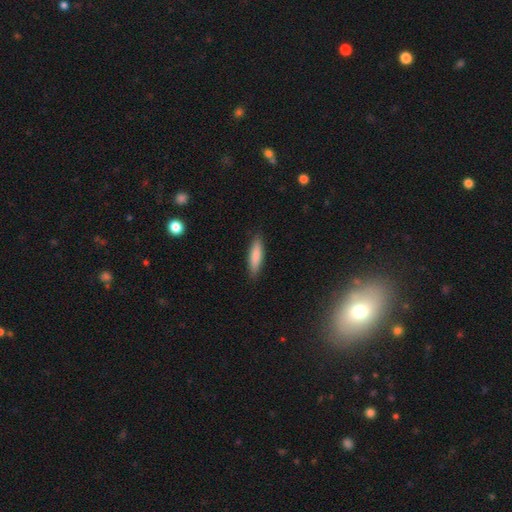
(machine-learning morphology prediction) This appears to be a smooth galaxy with no disk features (84%) that is cigar-shaped (69%). Merging: none (87%).